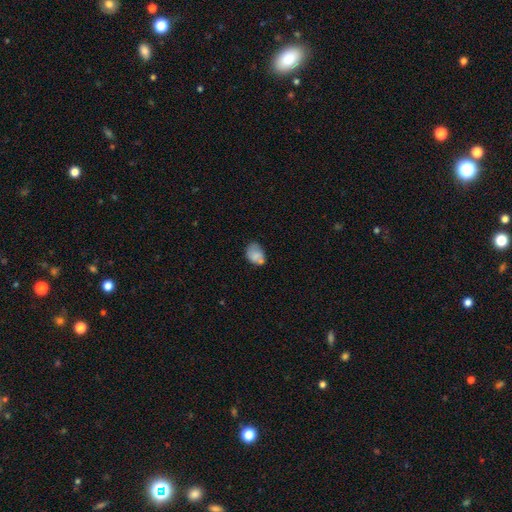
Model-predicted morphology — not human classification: This is likely a smooth galaxy (76%). How rounded: likely in between (67%). Merging: possibly none (50%).